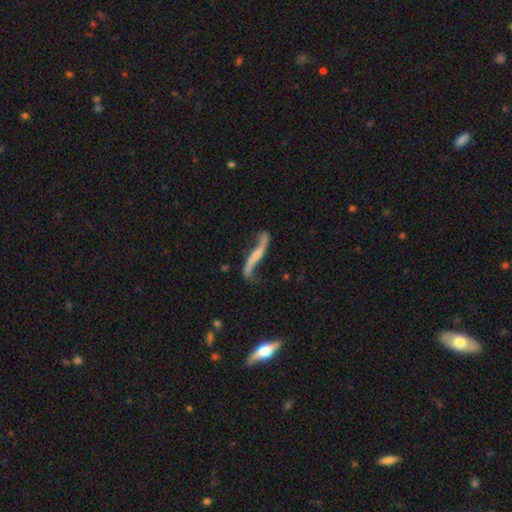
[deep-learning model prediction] Smooth or featured? Predicted: featured or disk (p=0.81). Edge-on disk? Predicted: no (p=0.61). Merging? Predicted: none (p=0.60).